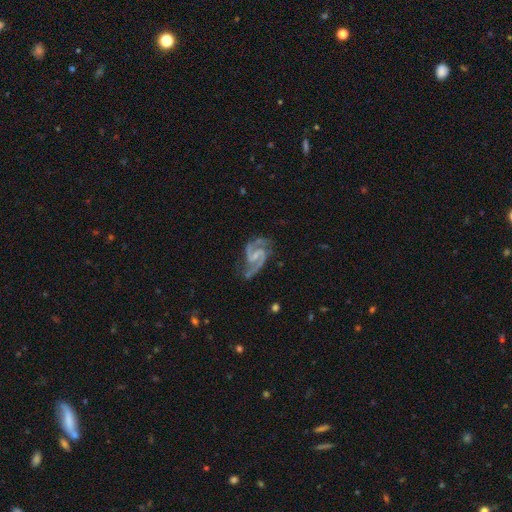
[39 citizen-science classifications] A featured or disk galaxy (90%) with a weak bar (46%), 2 (100%) medium (66%) spiral arms (100%) and no central bulge (46%). Merging: none (47%).